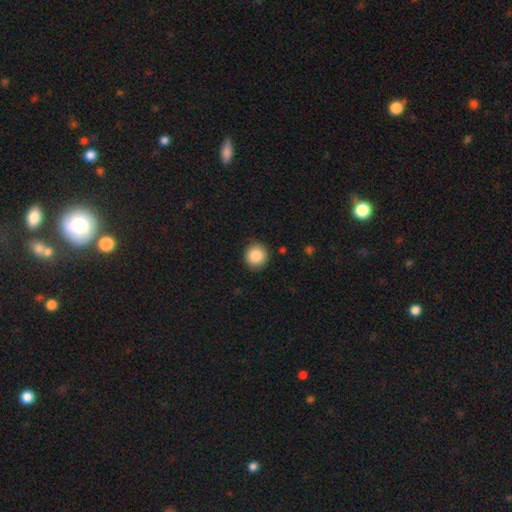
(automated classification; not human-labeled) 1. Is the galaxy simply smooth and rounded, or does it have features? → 88% smooth, 8% star or artifact, 4% featured or disk.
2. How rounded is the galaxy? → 93% round, 6% in between, 1% cigar-shaped.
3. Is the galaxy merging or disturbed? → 90% none, 7% minor disturbance, 2% major disturbance, 1% merger.